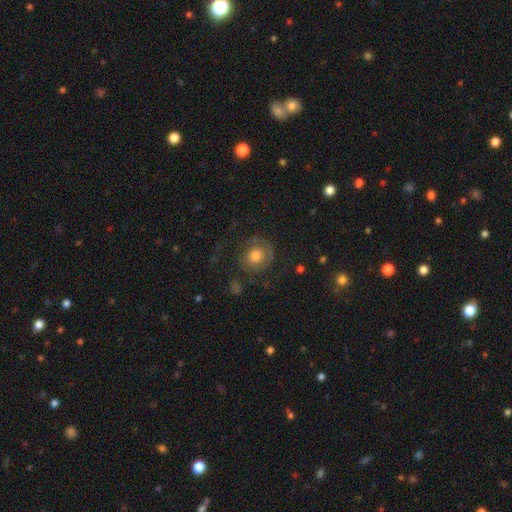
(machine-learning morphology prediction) smooth-or-featured: smooth: 51% | featured or disk: 39% | star or artifact: 10%
  how-rounded: round: 80% | in between: 19% | cigar-shaped: 1%
  merging: none: 59% | major disturbance: 20% | minor disturbance: 18% | merger: 2%